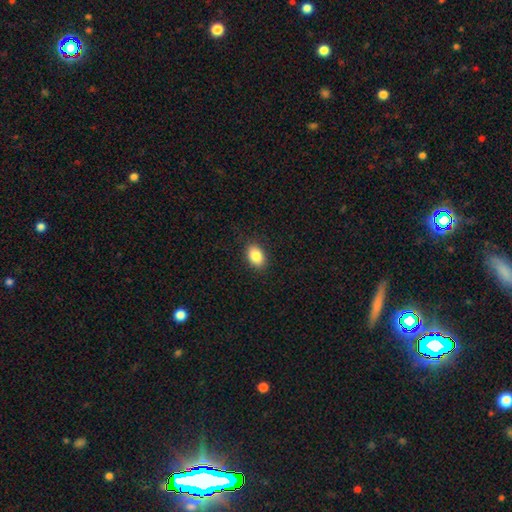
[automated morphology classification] Smooth or featured? Predicted: smooth (p=0.85). How rounded? Predicted: in between (p=0.83). Merging? Predicted: none (p=0.88).